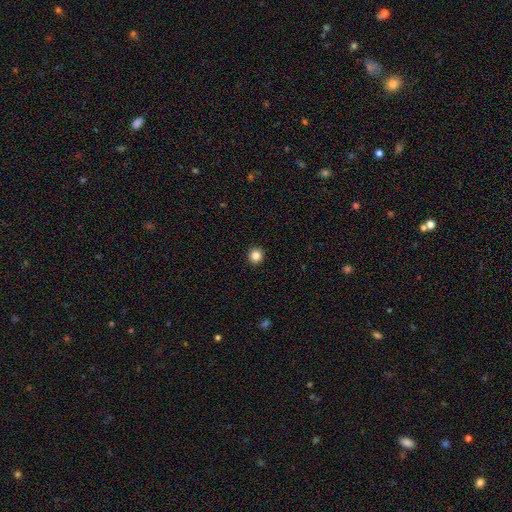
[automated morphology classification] A smooth galaxy with no disk features (84%) that is round (94%).

Vote fractions:
- Smooth or featured? smooth: 84% / star or artifact: 11% / featured or disk: 5%
- How rounded? round: 94% / in between: 5% / cigar-shaped: 1%
- Merging? none: 94% / minor disturbance: 4% / major disturbance: 1% / merger: 1%